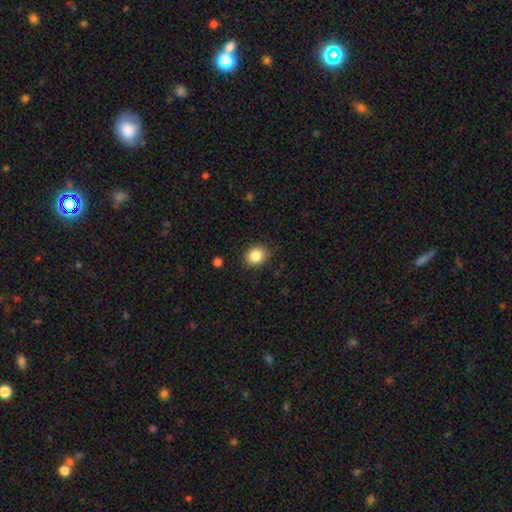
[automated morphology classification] Smooth or featured?
  - smooth: 85% *
  - star or artifact: 10%
  - featured or disk: 5%
How rounded?
  - round: 68% *
  - in between: 32%
  - cigar-shaped: 1%
Merging?
  - none: 83% *
  - minor disturbance: 12%
  - major disturbance: 3%
  - merger: 1%